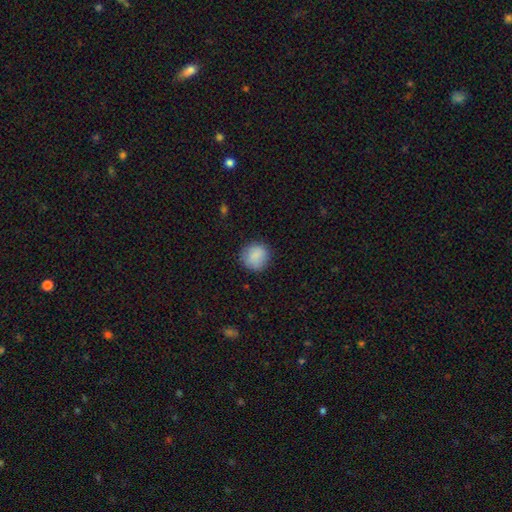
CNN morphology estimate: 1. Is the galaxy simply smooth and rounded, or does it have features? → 87% smooth, 8% star or artifact, 5% featured or disk.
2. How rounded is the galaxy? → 89% round, 10% in between, 1% cigar-shaped.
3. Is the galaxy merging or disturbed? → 86% none, 10% minor disturbance, 3% major disturbance, 1% merger.